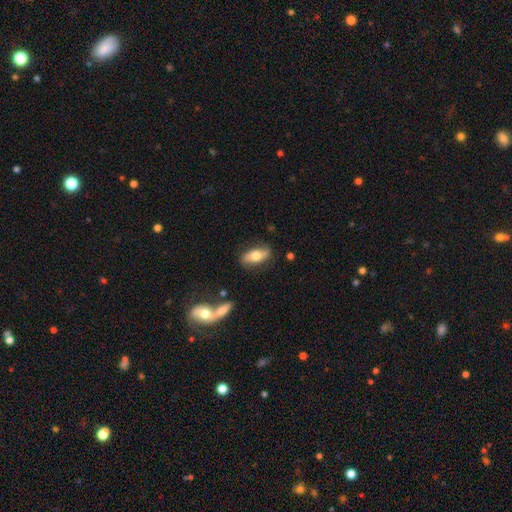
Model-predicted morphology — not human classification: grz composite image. It shows a smooth galaxy with no disk features (60%) that is in between round and cigar-shaped (82%). Merging: none (79%).